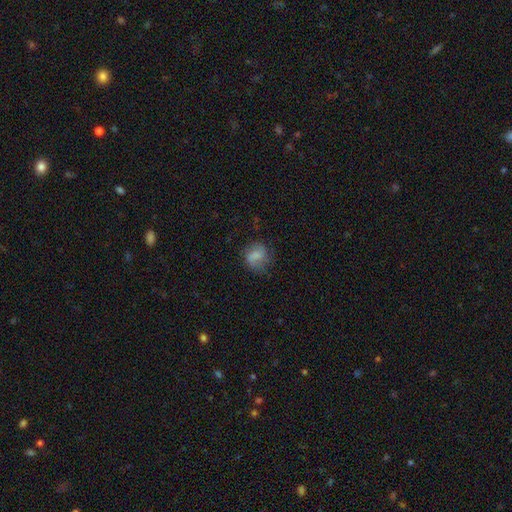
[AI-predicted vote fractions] Smooth or featured? smooth (66%)
How rounded? round (73%)
Merging? none (64%)